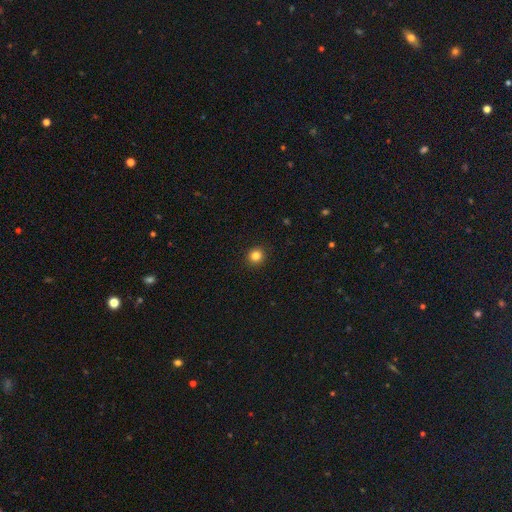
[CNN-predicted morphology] A smooth galaxy with no disk features (84%) that is round (93%).

Vote fractions:
- Smooth or featured? smooth: 84% / star or artifact: 12% / featured or disk: 5%
- How rounded? round: 93% / in between: 6% / cigar-shaped: 1%
- Merging? none: 93% / minor disturbance: 4% / major disturbance: 2% / merger: 1%